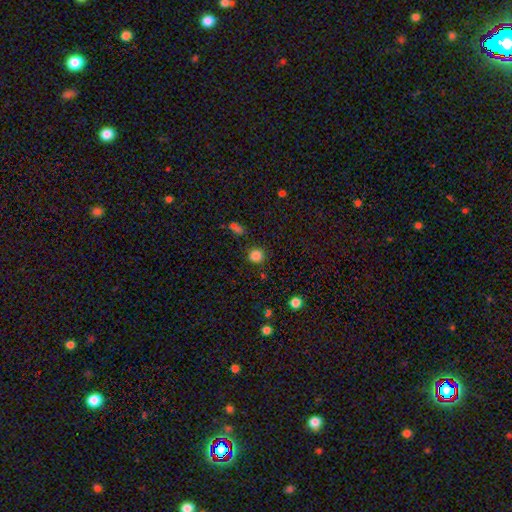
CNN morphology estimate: smooth 84%, star or artifact 13%, featured or disk 4%. Down the decision tree: how rounded — round (91%); merging — none (87%).